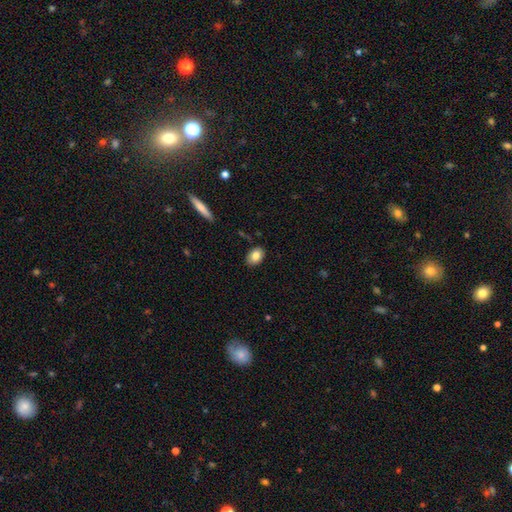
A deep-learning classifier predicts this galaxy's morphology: smooth 82%, featured or disk 11%, star or artifact 8%. Down the decision tree: how rounded — in between (85%); merging — none (86%).